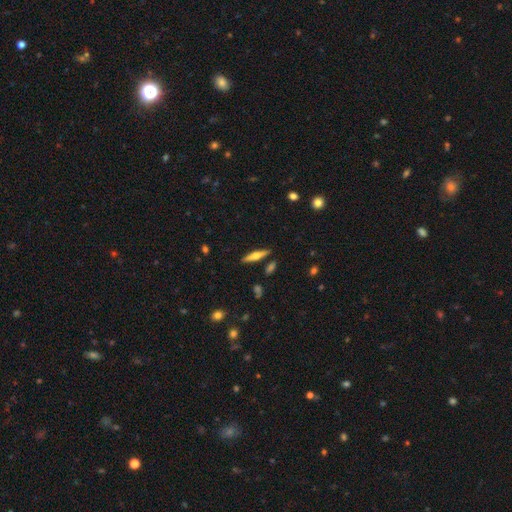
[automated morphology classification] A featured or disk galaxy (54%) viewed edge-on (95%) with a rounded central bulge (90%).

Vote fractions:
- Smooth or featured? featured or disk: 54% / smooth: 40% / star or artifact: 6%
- Edge-on disk? yes: 95% / no: 5%
- Edge-on bulge? rounded: 90% / boxy: 5% / none: 5%
- Merging? none: 87% / minor disturbance: 8% / merger: 3% / major disturbance: 2%